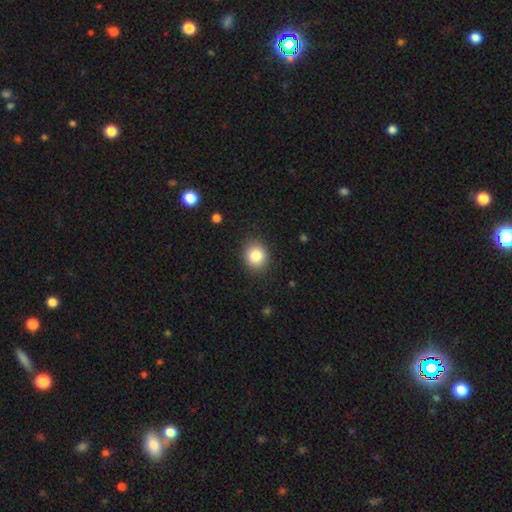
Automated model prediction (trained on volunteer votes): Smooth or featured?
  - smooth: 84% *
  - star or artifact: 10%
  - featured or disk: 6%
How rounded?
  - round: 73% *
  - in between: 26%
  - cigar-shaped: 1%
Merging?
  - none: 88% *
  - minor disturbance: 8%
  - major disturbance: 2%
  - merger: 1%